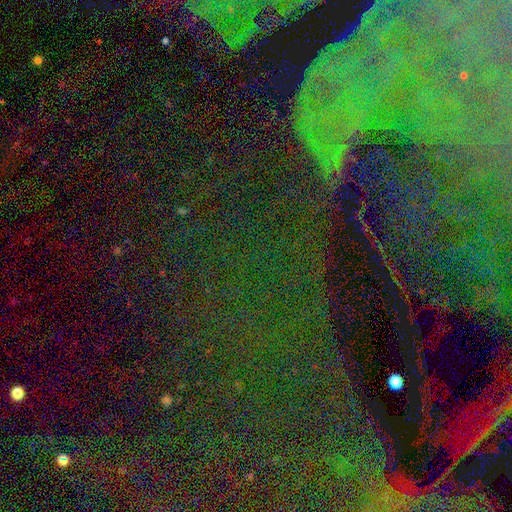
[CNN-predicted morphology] Smooth or featured? Predicted: star or artifact (p=0.76).